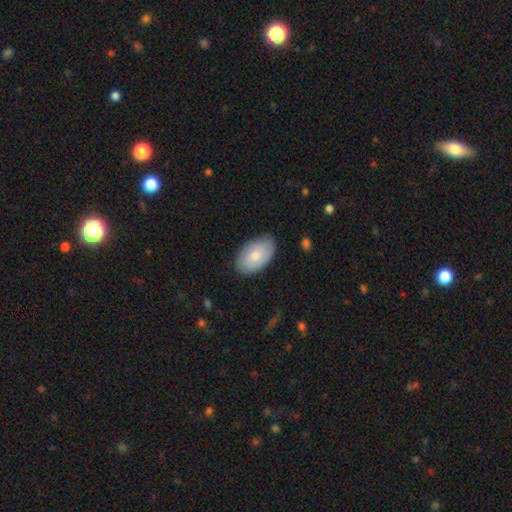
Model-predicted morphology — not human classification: A smooth galaxy with no disk features (74%) that is in between round and cigar-shaped (93%). Merging: none (82%).